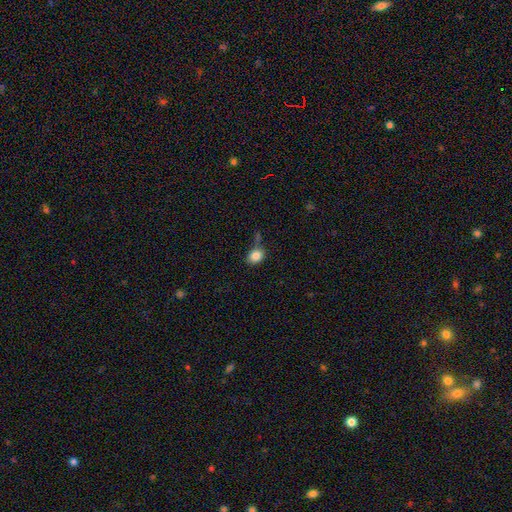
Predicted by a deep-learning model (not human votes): A smooth galaxy with no disk features (85%) that is in between round and cigar-shaped (54%). Merging: none (61%).